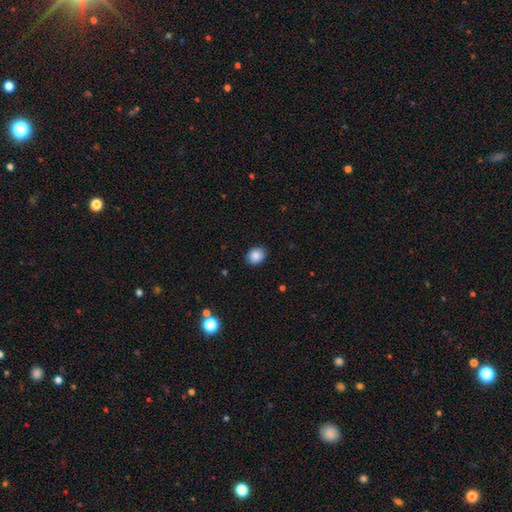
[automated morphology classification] Smooth or featured? smooth (87%)
How rounded? round (62%)
Merging? none (88%)